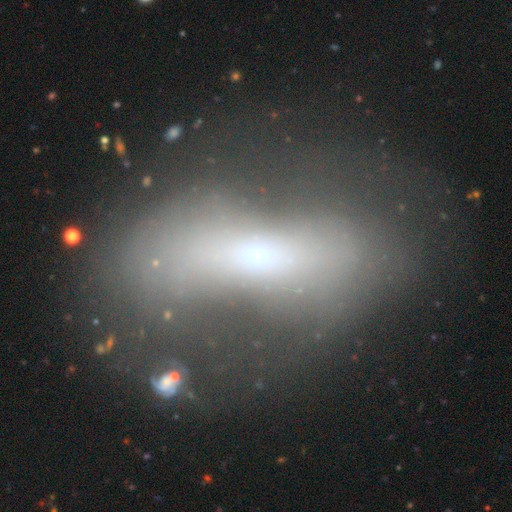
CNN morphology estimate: A featured or disk galaxy (48%).

Vote fractions:
- Smooth or featured? featured or disk: 48% / smooth: 37% / star or artifact: 14%
- Merging? none: 46% / major disturbance: 27% / minor disturbance: 22% / merger: 5%